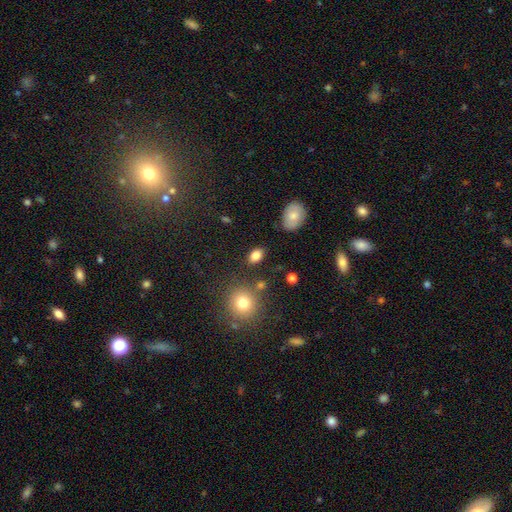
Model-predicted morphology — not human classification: Overall: smooth (82%). How rounded: in between (86%). Merging: none (83%).